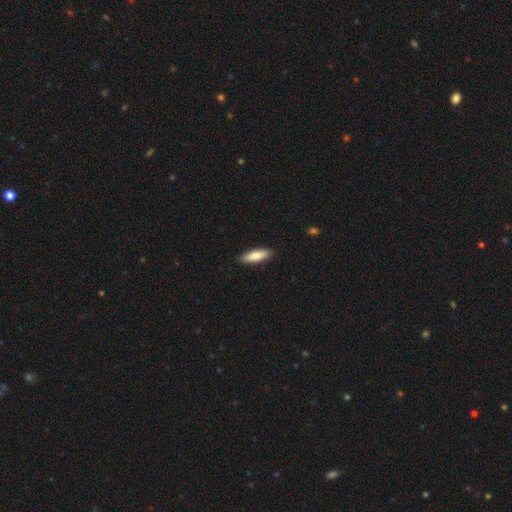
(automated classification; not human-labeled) This appears to be a smooth galaxy with no disk features (78%) that is cigar-shaped (54%). Merging: none (89%).